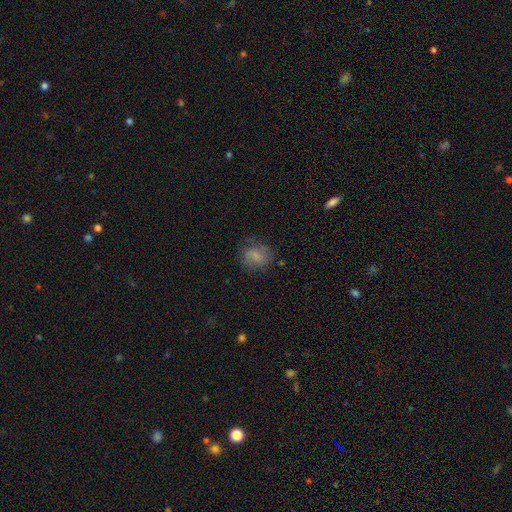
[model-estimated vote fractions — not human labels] Morphology: type=smooth (65%); roundness=round (68%); merging=none (70%).